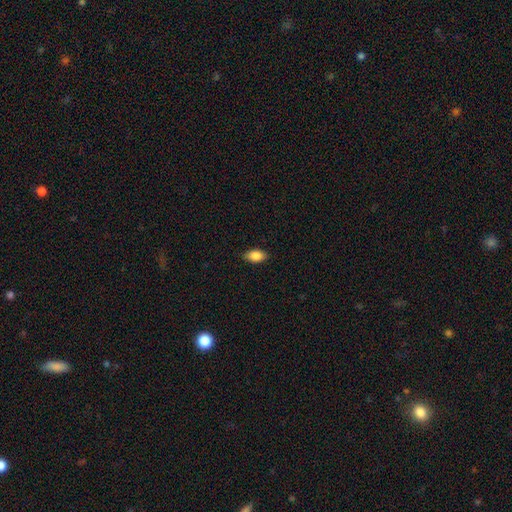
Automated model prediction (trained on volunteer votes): This is clearly a smooth galaxy (85%). How rounded: clearly in between (91%). Merging: clearly none (86%).